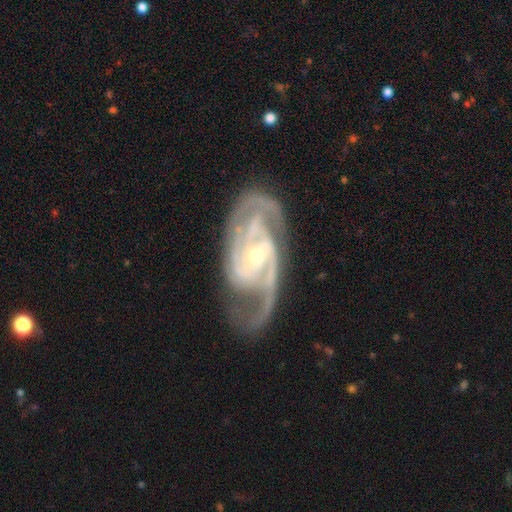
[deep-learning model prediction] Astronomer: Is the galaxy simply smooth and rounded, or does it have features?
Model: featured or disk — 93%.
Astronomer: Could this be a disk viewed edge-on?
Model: no — 97%.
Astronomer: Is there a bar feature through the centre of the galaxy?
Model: no — 46% (runner-up: weak, 36%).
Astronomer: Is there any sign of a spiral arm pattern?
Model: yes — 98%.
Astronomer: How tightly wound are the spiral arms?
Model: medium — 50% (runner-up: tight, 42%).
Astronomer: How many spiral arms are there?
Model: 2 — 52% (runner-up: 3, 27%).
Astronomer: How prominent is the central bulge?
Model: small — 69%.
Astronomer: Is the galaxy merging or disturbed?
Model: none — 71%.